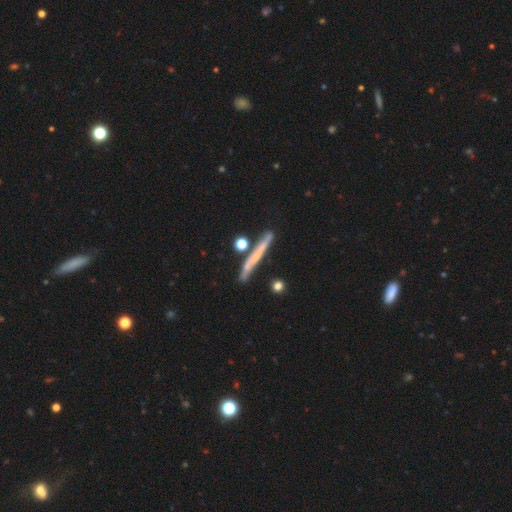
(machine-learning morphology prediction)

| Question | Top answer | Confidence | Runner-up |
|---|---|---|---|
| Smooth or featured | featured or disk | 47% | smooth (45%) |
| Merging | none | 76% | minor disturbance (13%) |